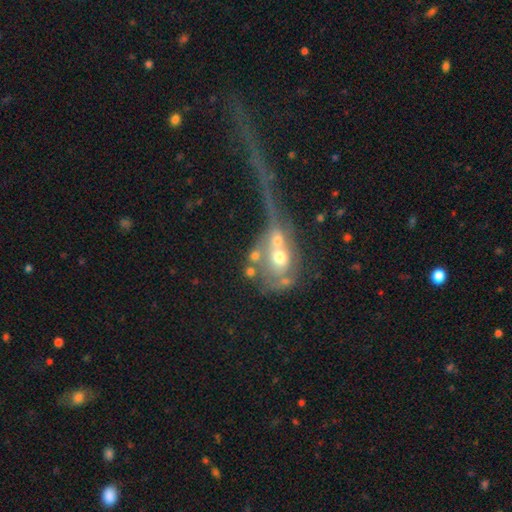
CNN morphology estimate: smooth-or-featured: featured or disk: 47% | smooth: 39% | star or artifact: 14%
  merging: merger: 53% | major disturbance: 27% | none: 13% | minor disturbance: 7%